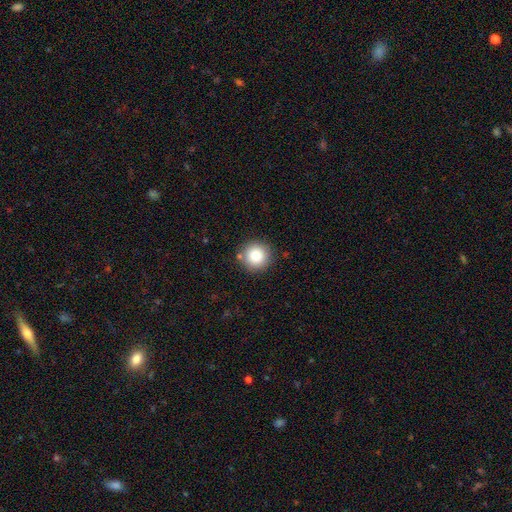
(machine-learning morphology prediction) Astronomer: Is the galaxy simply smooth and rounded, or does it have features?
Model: smooth — 84%.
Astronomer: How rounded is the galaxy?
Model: round — 95%.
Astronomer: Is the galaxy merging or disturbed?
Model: none — 87%.